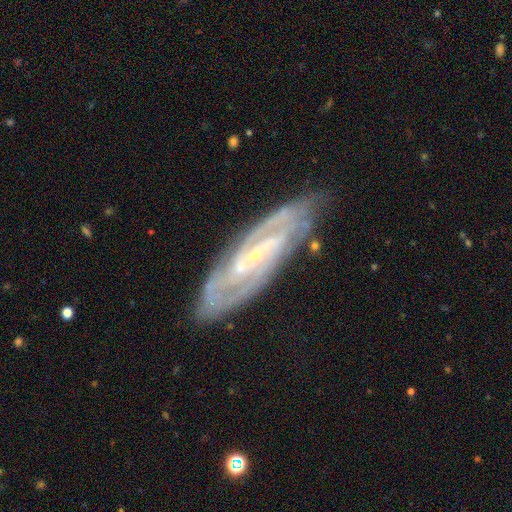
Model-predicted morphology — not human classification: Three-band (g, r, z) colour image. It shows a featured or disk galaxy (86%) with a strong bar (38%), 2 (55%) tight (55%) spiral arms (95%) and a small central bulge (80%). Merging: none (79%).